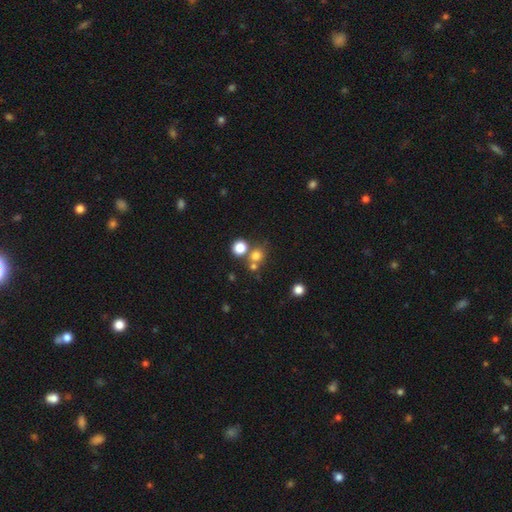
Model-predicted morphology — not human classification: This is likely a smooth galaxy (74%). How rounded: clearly round (84%). Merging: likely none (61%).